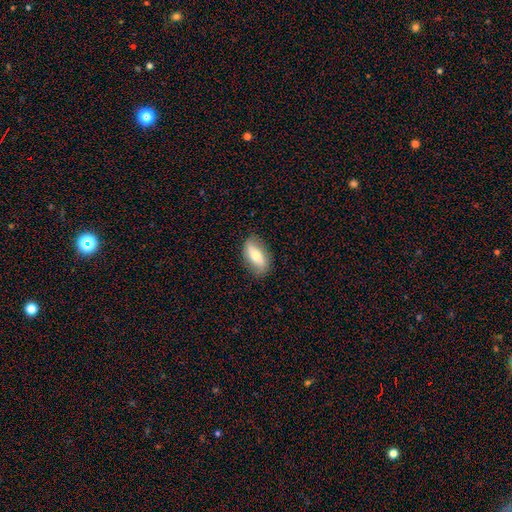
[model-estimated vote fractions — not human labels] The model was most divided on "smooth or featured": smooth: 59%, featured or disk: 34%, star or artifact: 6%. More confident: how rounded — in between (85%); merging — none (82%).